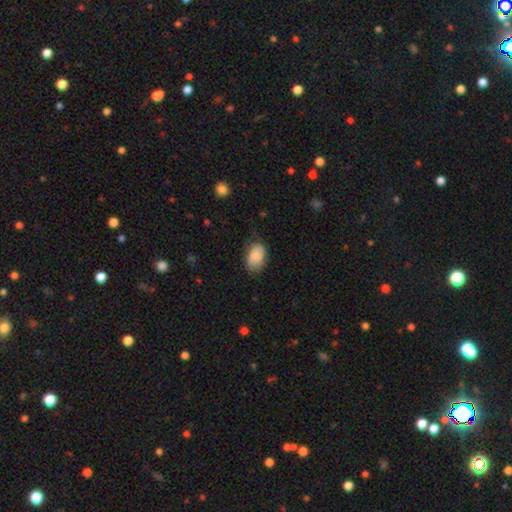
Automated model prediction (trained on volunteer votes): smooth_or_featured: smooth (p=0.86) [alt: featured or disk p=0.07]
how_rounded: in between (p=0.90) [alt: round p=0.09]
merging: none (p=0.67) [alt: minor disturbance p=0.25]